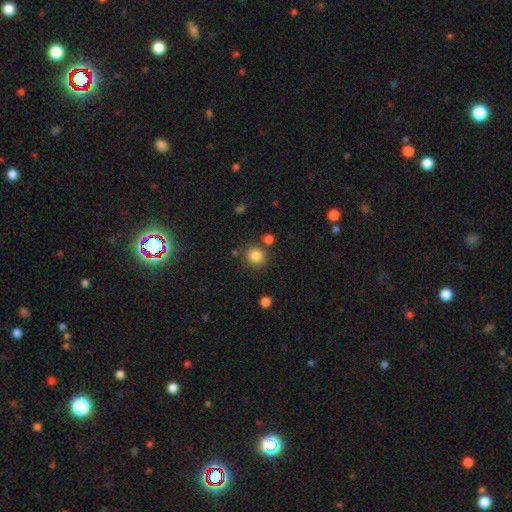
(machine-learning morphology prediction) This appears to be a smooth galaxy with no disk features (84%) that is round (90%). Merging: none (79%).